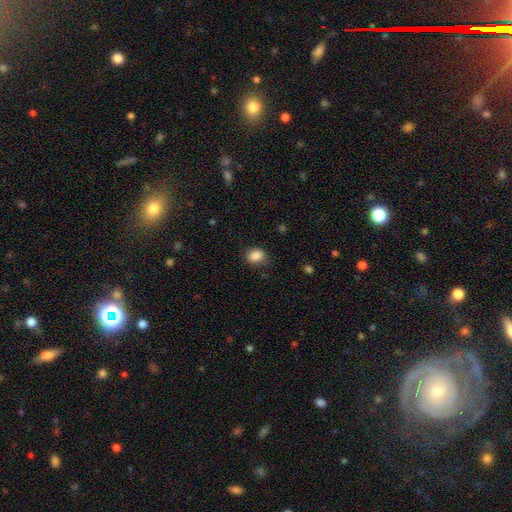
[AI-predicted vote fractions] A smooth galaxy with no disk features (87%) that is in between round and cigar-shaped (52%). Merging: none (80%).